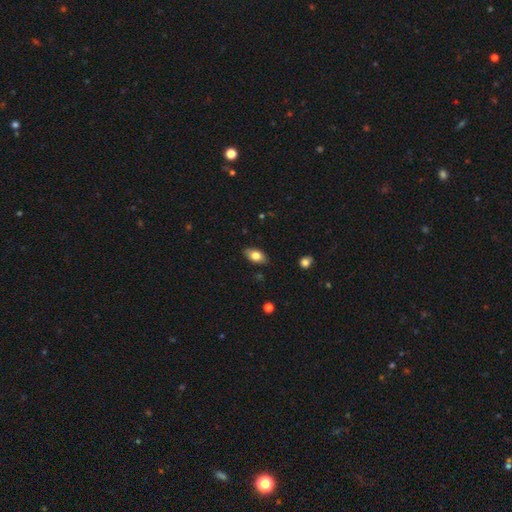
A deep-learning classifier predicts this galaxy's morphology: This is likely a smooth galaxy (76%). How rounded: clearly in between (89%). Merging: clearly none (85%).